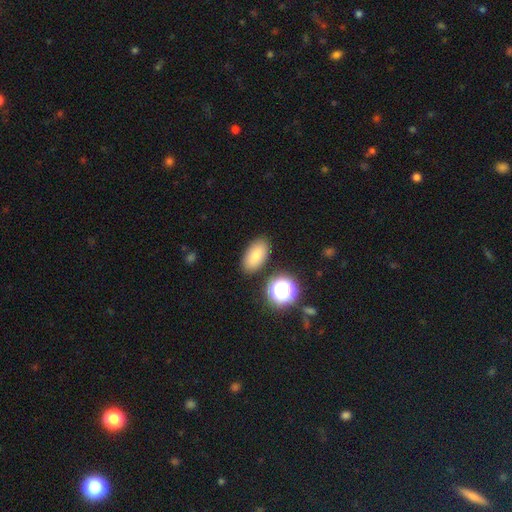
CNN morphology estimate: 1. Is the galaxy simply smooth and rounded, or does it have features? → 79% smooth, 11% star or artifact, 10% featured or disk.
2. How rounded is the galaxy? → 91% in between, 7% round, 2% cigar-shaped.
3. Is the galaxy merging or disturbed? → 84% none, 10% minor disturbance, 3% merger, 3% major disturbance.